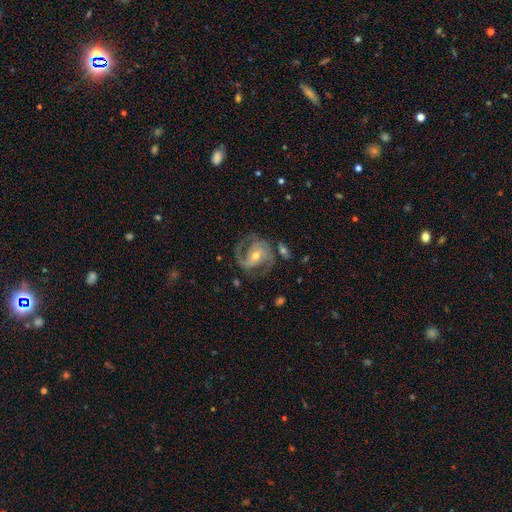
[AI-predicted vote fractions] Smooth or featured? featured or disk (86%)
Edge-on disk? no (97%)
Bar? no (40%)
Spiral arms? yes (95%)
Spiral winding? medium (50%)
Spiral arm count? 2 (68%)
Bulge size? moderate (59%)
Merging? none (63%)